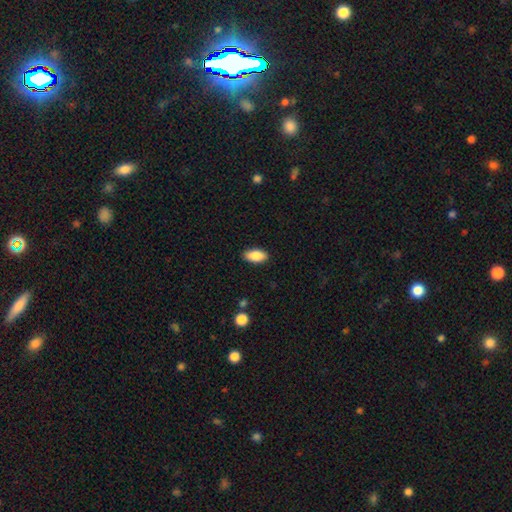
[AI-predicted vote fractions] Morphology: type=smooth (87%); roundness=in between (91%); merging=none (88%).